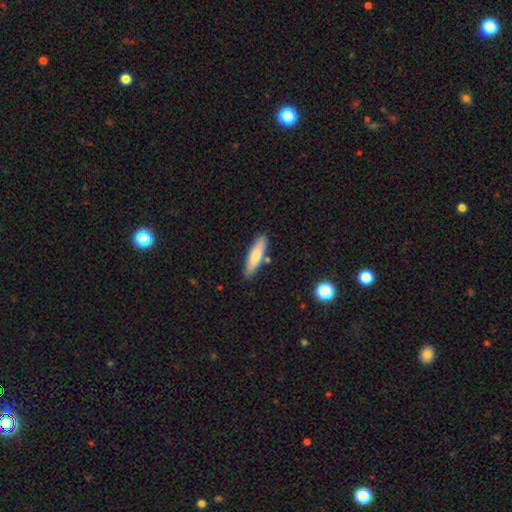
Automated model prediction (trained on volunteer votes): Smooth or featured: smooth — 76% (featured or disk — 18%)
How rounded: cigar-shaped — 70% (in between — 29%)
Merging: none — 84% (minor disturbance — 11%)